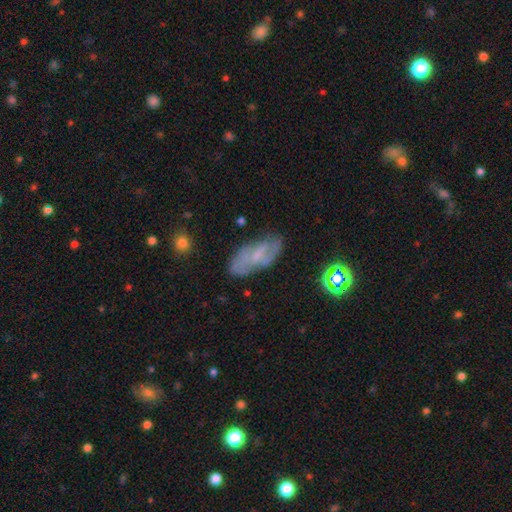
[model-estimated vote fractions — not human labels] This is possibly a featured or disk galaxy (53%). It is clearly not viewed edge-on (87%). Merging: likely none (69%).